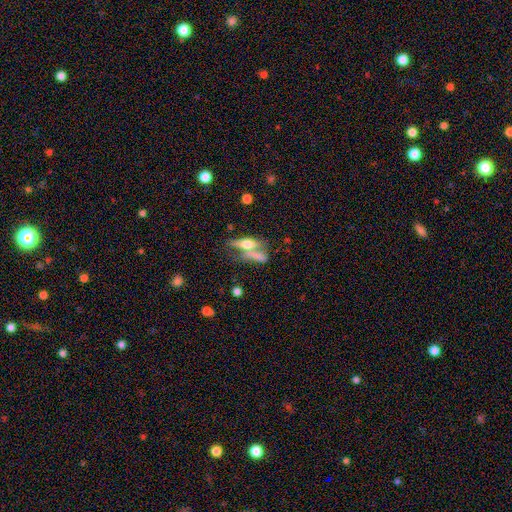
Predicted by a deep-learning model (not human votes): Smooth or featured?
  - smooth: 49% *
  - featured or disk: 41%
  - star or artifact: 10%
Merging?
  - merger: 40% * (tied)
  - none: 40% * (tied)
  - minor disturbance: 12%
  - major disturbance: 8%